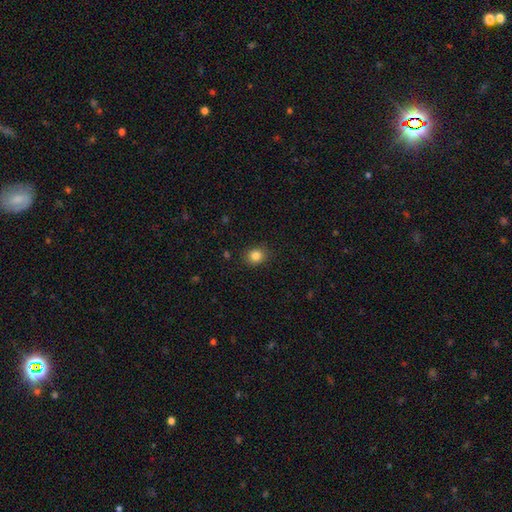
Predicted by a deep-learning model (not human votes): Q: Smooth or featured?
A: smooth (84%); runner-up: star or artifact (11%)
Q: How rounded?
A: round (71%); runner-up: in between (28%)
Q: Merging?
A: none (88%); runner-up: minor disturbance (9%)